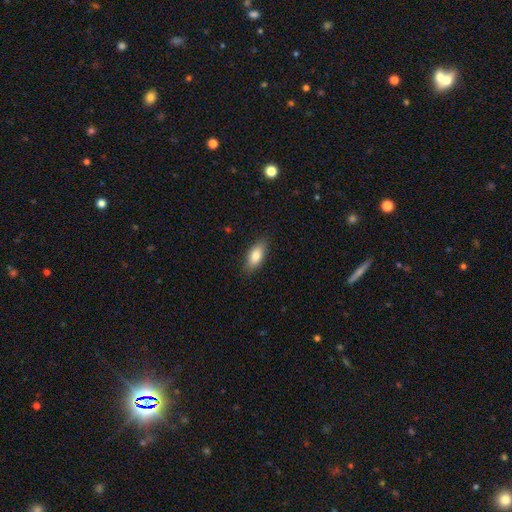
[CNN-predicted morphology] This appears to be a smooth galaxy with no disk features (82%) that is in between round and cigar-shaped (84%). Merging: none (84%).